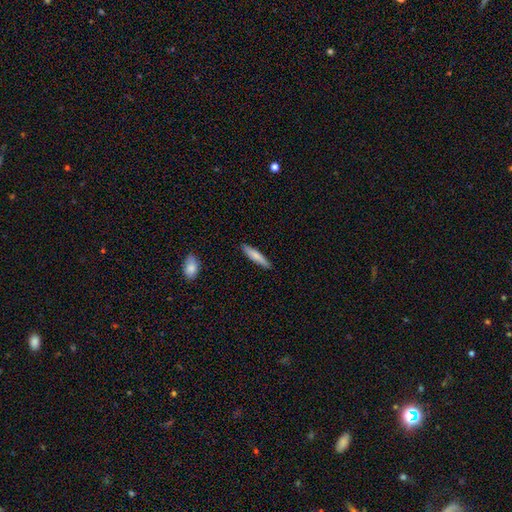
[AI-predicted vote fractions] Smooth or featured? smooth (78%)
How rounded? cigar-shaped (84%)
Merging? none (86%)